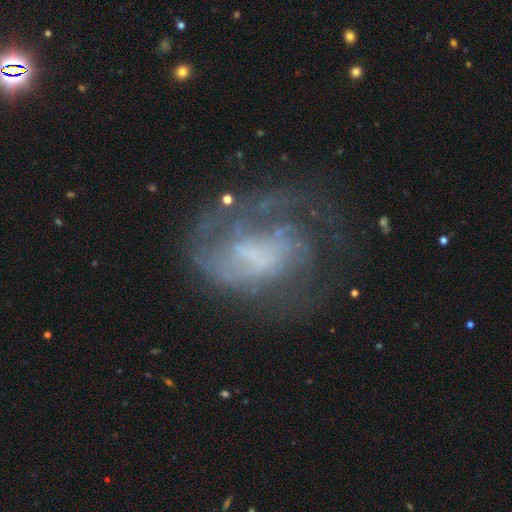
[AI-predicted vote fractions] featured or disk 76%, smooth 14%, star or artifact 10%. Down the decision tree: edge-on disk — no (98%); bar — no (55%); spiral arms — yes (79%); spiral arm count — can't tell (33%); spiral winding — medium (39%); bulge size — none (55%); merging — none (44%).